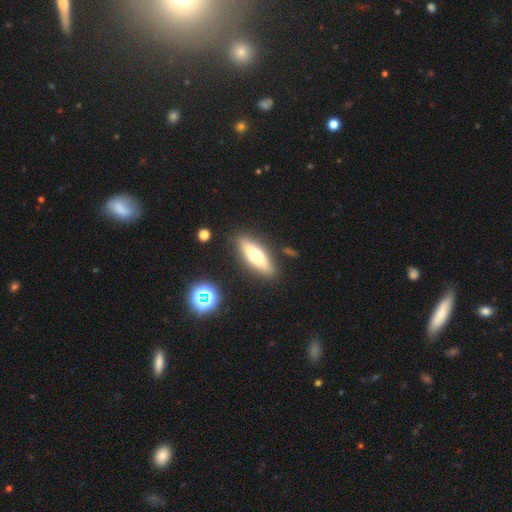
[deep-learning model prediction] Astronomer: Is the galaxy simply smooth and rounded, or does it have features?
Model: smooth — 52% (runner-up: featured or disk, 40%).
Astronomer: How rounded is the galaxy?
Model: cigar-shaped — 50% (runner-up: in between, 47%).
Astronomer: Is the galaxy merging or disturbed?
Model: none — 86%.